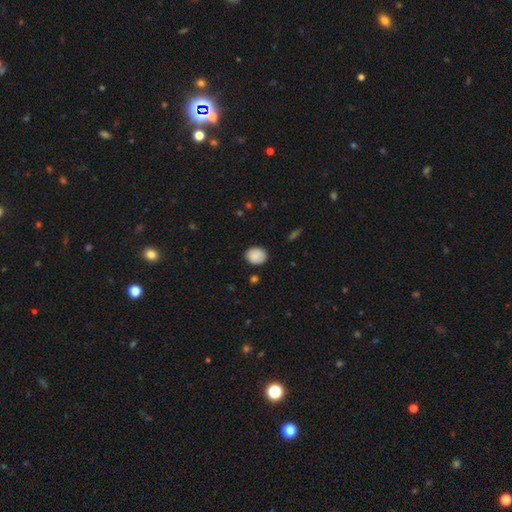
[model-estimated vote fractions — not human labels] A smooth galaxy with no disk features (85%) that is round (63%).

Vote fractions:
- Smooth or featured? smooth: 85% / star or artifact: 8% / featured or disk: 7%
- How rounded? round: 63% / in between: 36% / cigar-shaped: 1%
- Merging? none: 81% / minor disturbance: 14% / major disturbance: 3% / merger: 2%